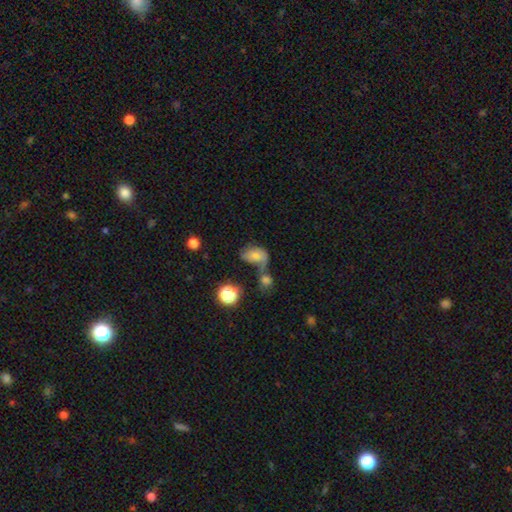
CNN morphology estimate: This appears to be a smooth galaxy with no disk features (63%) that is in between round and cigar-shaped (81%). Merging: merger (41%).